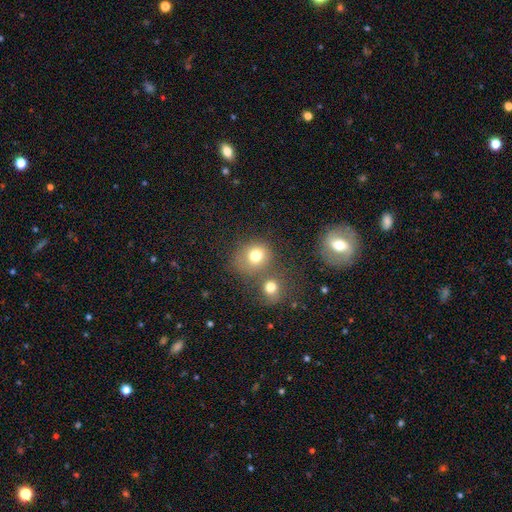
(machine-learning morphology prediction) smooth-or-featured: smooth: 76% | star or artifact: 13% | featured or disk: 11%
  how-rounded: round: 77% | in between: 22% | cigar-shaped: 1%
  merging: none: 53% | merger: 29% | minor disturbance: 12% | major disturbance: 6%